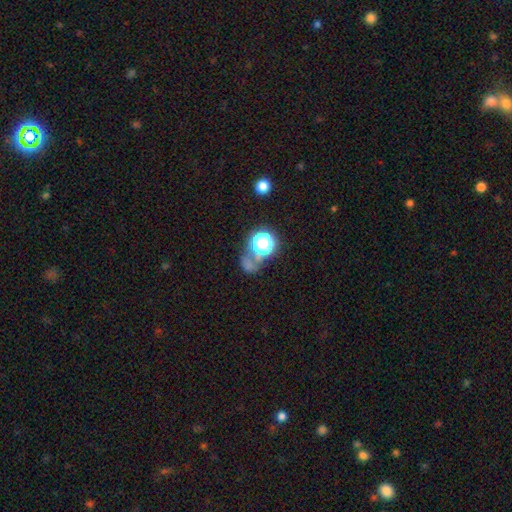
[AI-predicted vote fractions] A star or artifact, not a galaxy (52%).

Vote fractions:
- Smooth or featured? star or artifact: 52% / smooth: 38% / featured or disk: 10%